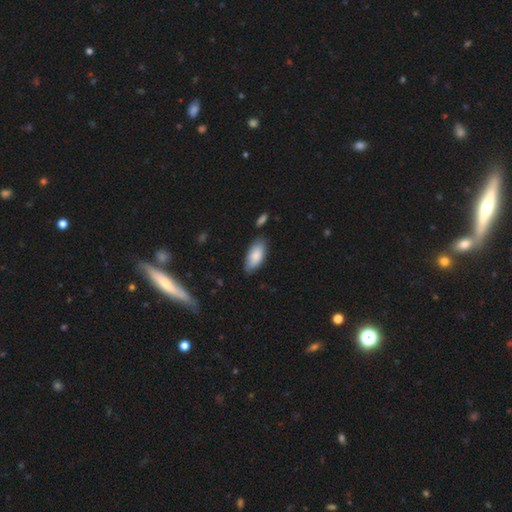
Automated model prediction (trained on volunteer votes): smooth-or-featured: smooth: 83% | featured or disk: 11% | star or artifact: 6%
  how-rounded: in between: 88% | cigar-shaped: 10% | round: 2%
  merging: none: 75% | minor disturbance: 19% | merger: 3% | major disturbance: 3%